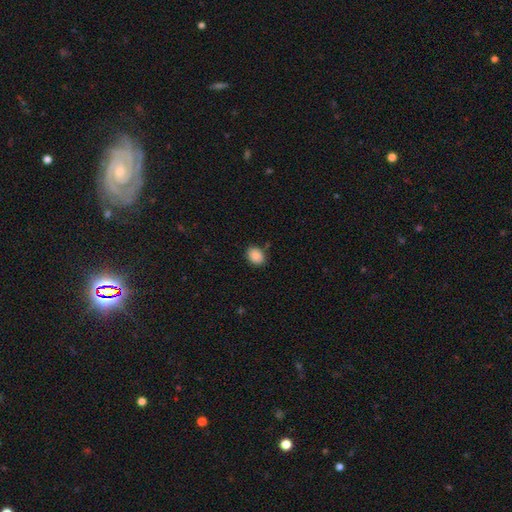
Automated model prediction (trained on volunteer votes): Q: Smooth or featured?
A: smooth (89%); runner-up: star or artifact (8%)
Q: How rounded?
A: in between (65%); runner-up: round (34%)
Q: Merging?
A: none (83%); runner-up: minor disturbance (12%)